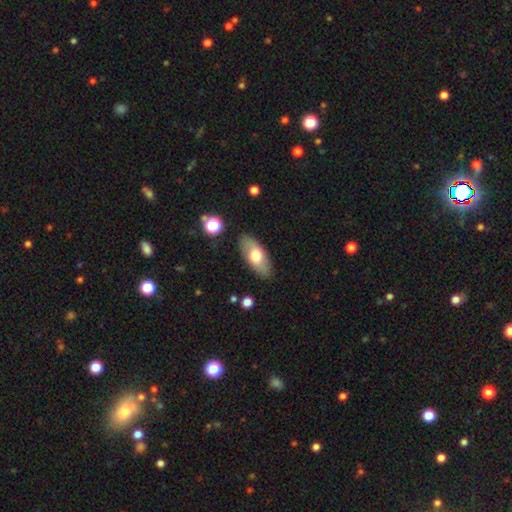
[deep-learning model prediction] Morphology: type=smooth (65%); roundness=in between (87%); merging=none (85%).